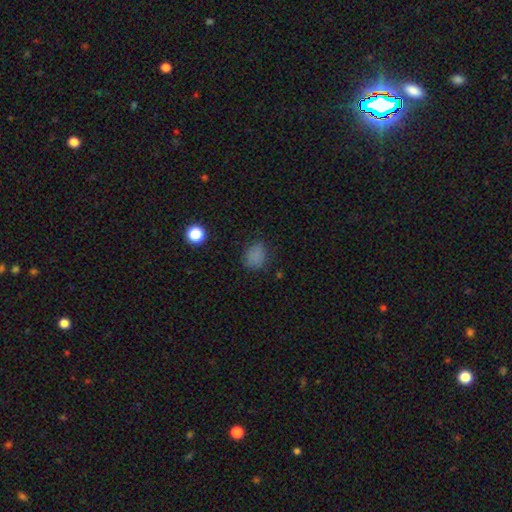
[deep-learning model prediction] smooth 79%, star or artifact 16%, featured or disk 5%. Down the decision tree: how rounded — in between (53%); merging — none (74%).